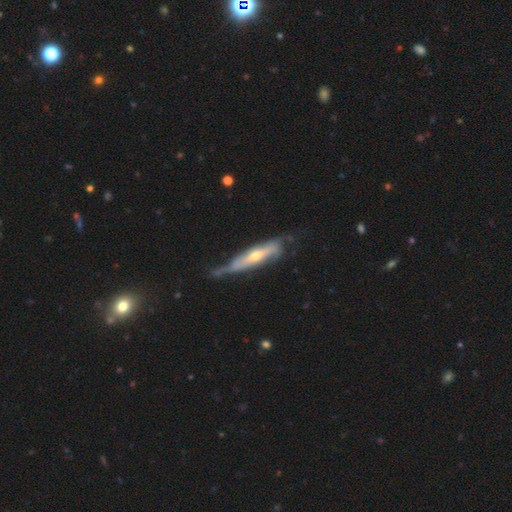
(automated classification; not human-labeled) Smooth or featured? Predicted: featured or disk (p=0.68). Edge-on disk? Predicted: yes (p=0.64). Merging? Predicted: none (p=0.42).